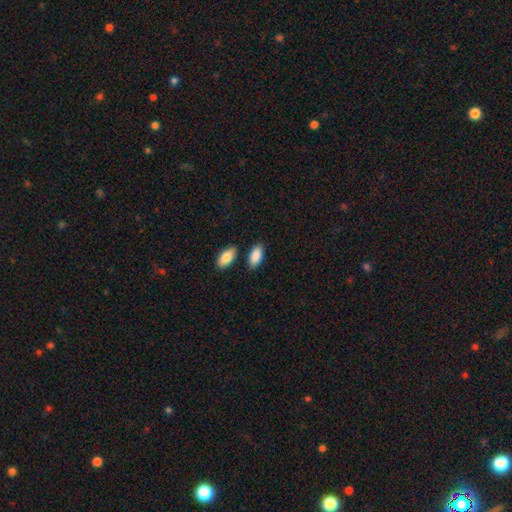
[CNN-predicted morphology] Smooth or featured? smooth (89%)
How rounded? in between (91%)
Merging? none (78%)